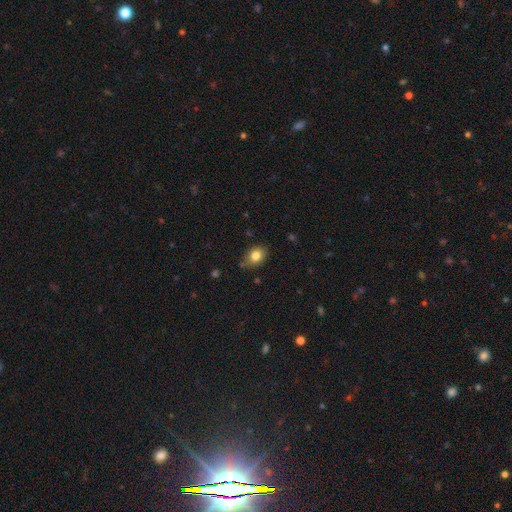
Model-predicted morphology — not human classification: smooth-or-featured: smooth: 82% | star or artifact: 10% | featured or disk: 9%
  how-rounded: in between: 65% | round: 34% | cigar-shaped: 1%
  merging: none: 73% | minor disturbance: 21% | major disturbance: 4% | merger: 3%